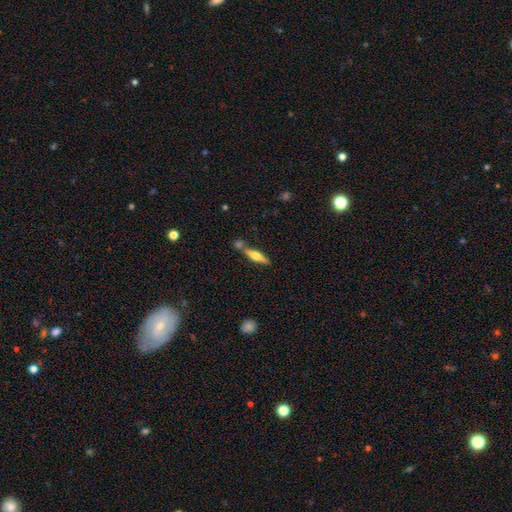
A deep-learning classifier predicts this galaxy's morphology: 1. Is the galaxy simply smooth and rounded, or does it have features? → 49% featured or disk, 45% smooth, 6% star or artifact.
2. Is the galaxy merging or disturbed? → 65% none, 20% merger, 12% minor disturbance, 3% major disturbance.